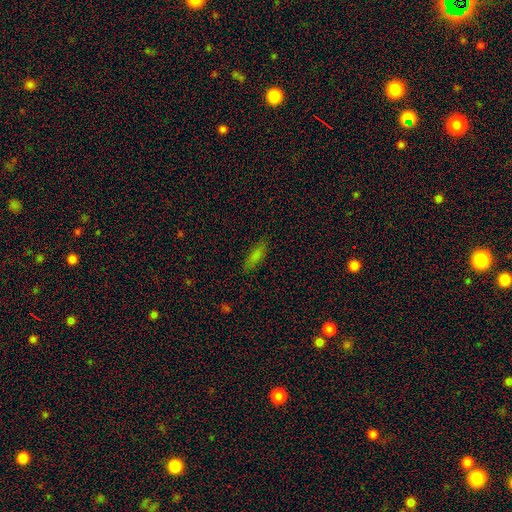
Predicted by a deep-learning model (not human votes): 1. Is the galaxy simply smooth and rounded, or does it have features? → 78% smooth, 11% star or artifact, 11% featured or disk.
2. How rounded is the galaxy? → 53% in between, 45% cigar-shaped, 2% round.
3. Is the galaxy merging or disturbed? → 82% none, 13% minor disturbance, 3% major disturbance, 1% merger.